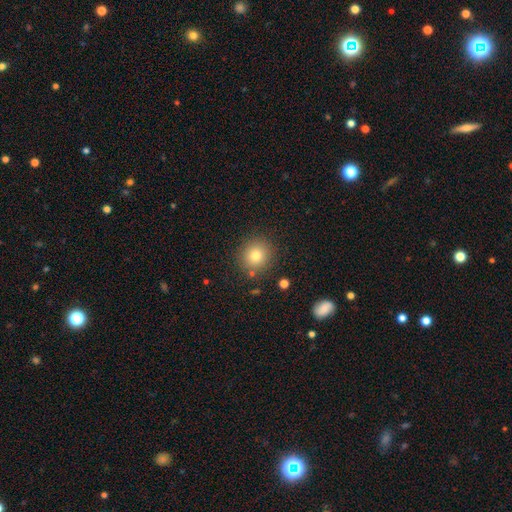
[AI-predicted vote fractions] Smooth or featured? Predicted: smooth (p=0.79). How rounded? Predicted: round (p=0.90). Merging? Predicted: none (p=0.86).